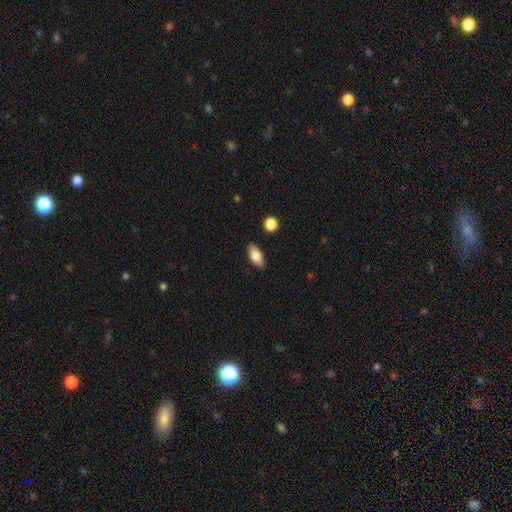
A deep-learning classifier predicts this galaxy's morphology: smooth-or-featured: smooth: 76% | featured or disk: 17% | star or artifact: 7%
  how-rounded: in between: 84% | cigar-shaped: 12% | round: 4%
  merging: none: 87% | minor disturbance: 10% | major disturbance: 2% | merger: 2%